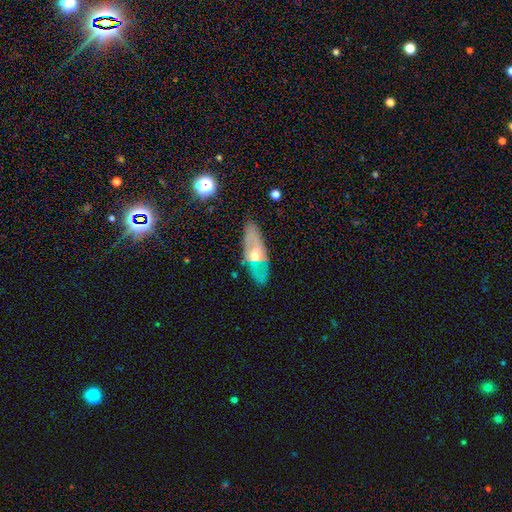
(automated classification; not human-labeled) Smooth or featured? Predicted: featured or disk (p=0.61). Edge-on disk? Predicted: no (p=0.67). Merging? Predicted: none (p=0.81).